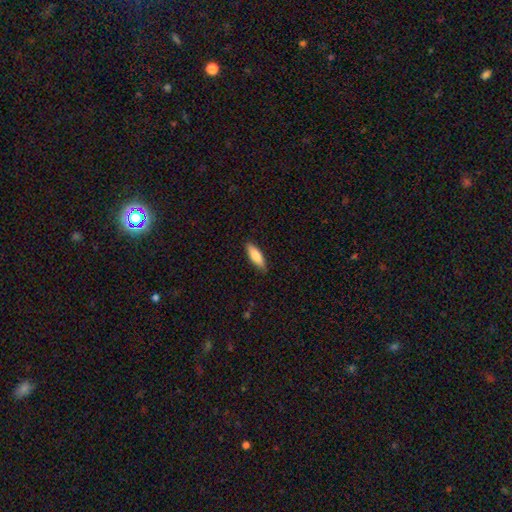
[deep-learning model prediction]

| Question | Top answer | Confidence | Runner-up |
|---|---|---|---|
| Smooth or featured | smooth | 81% | featured or disk (14%) |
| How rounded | in between | 53% | cigar-shaped (46%) |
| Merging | none | 87% | minor disturbance (10%) |